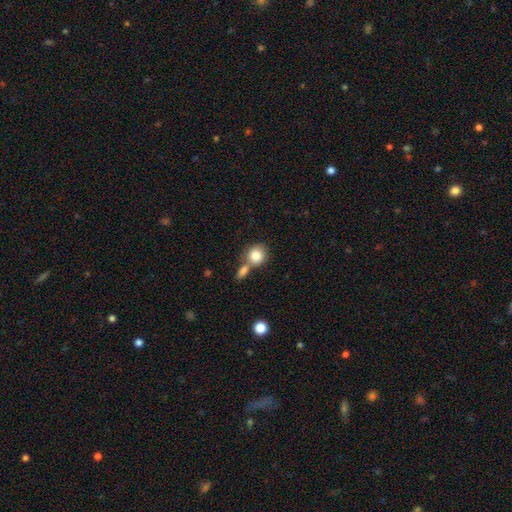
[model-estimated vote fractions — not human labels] smooth-or-featured: smooth: 83% | featured or disk: 9% | star or artifact: 8%
  how-rounded: round: 81% | in between: 18% | cigar-shaped: 1%
  merging: none: 47% | merger: 39% | minor disturbance: 10% | major disturbance: 4%